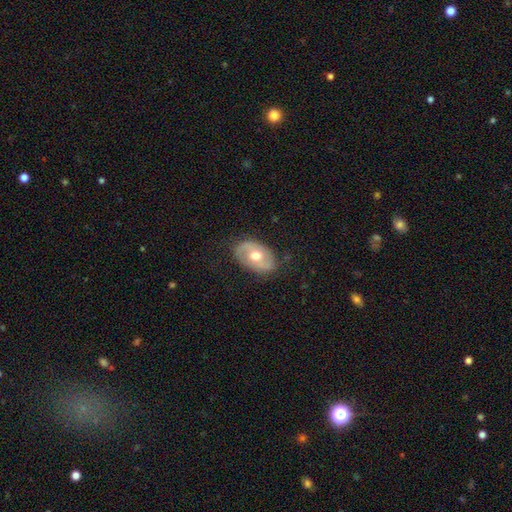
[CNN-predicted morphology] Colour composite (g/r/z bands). It shows a featured or disk galaxy (52%). Merging: none (77%).